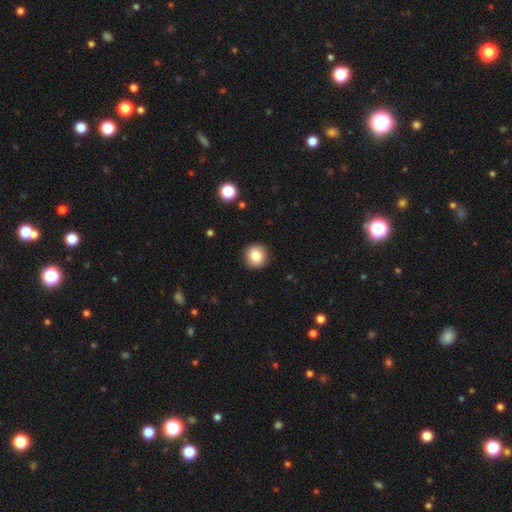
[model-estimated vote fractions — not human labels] This is clearly a smooth galaxy (85%). How rounded: clearly round (92%). Merging: clearly none (91%).